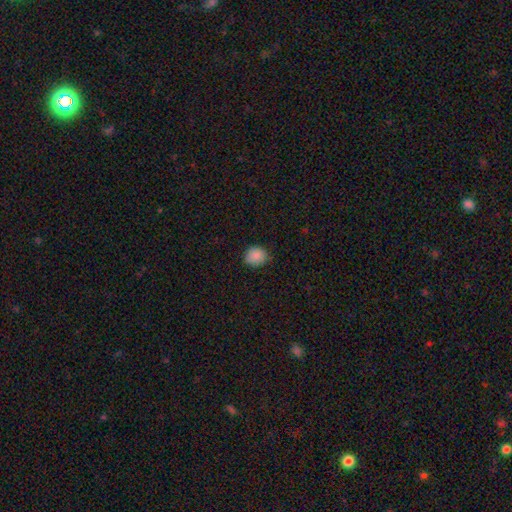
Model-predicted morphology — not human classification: type=smooth (87%); roundness=round (73%); merging=none (78%).